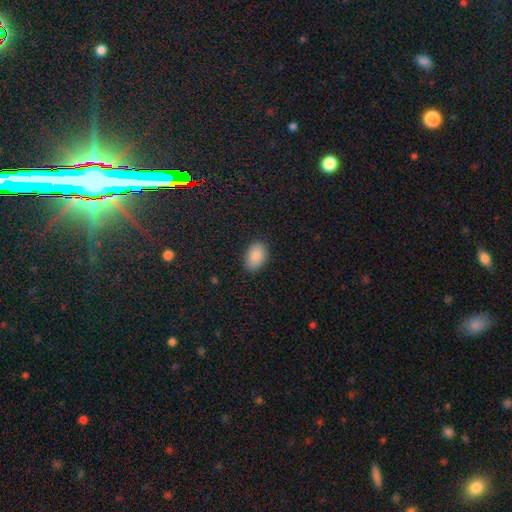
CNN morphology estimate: smooth-or-featured: smooth: 88% | star or artifact: 7% | featured or disk: 5%
  how-rounded: in between: 86% | round: 12% | cigar-shaped: 1%
  merging: none: 83% | minor disturbance: 13% | major disturbance: 3% | merger: 1%